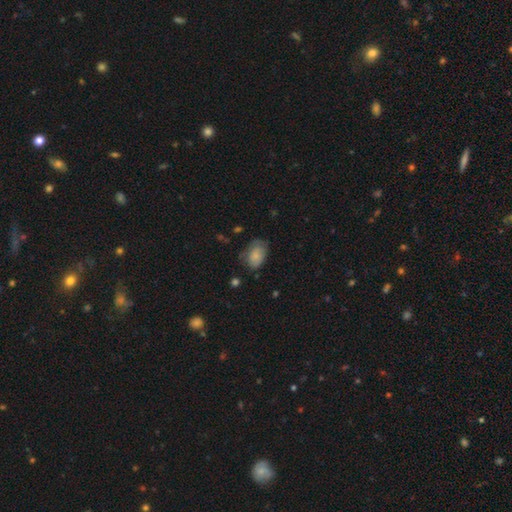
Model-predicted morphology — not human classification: Q: Smooth or featured?
A: smooth (81%); runner-up: featured or disk (11%)
Q: How rounded?
A: in between (86%); runner-up: round (12%)
Q: Merging?
A: none (56%); runner-up: minor disturbance (32%)